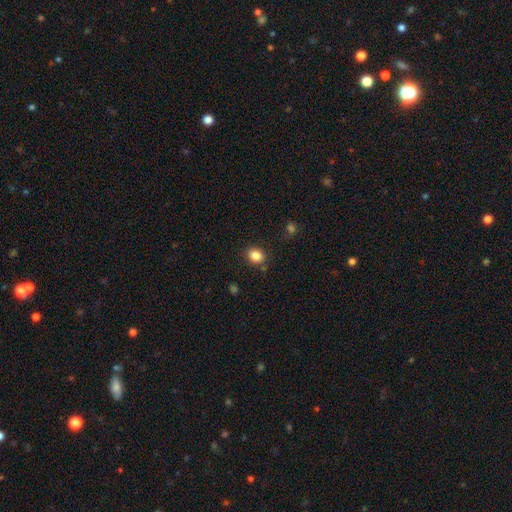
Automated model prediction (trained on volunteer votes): Overall: smooth (85%). How rounded: round (57%; in between 42%). Merging: none (83%).